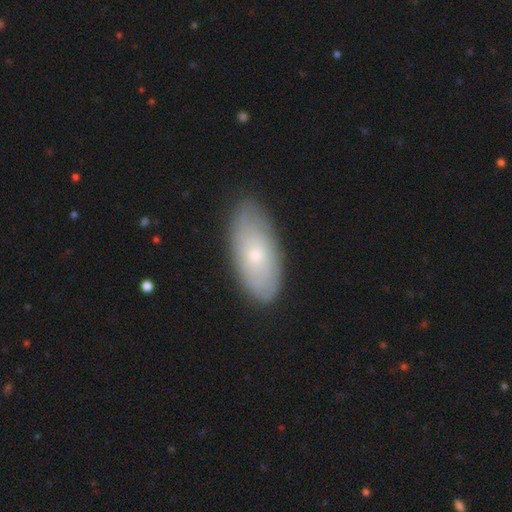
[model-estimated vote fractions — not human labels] Smooth or featured? smooth (60%)
How rounded? in between (89%)
Merging? none (82%)